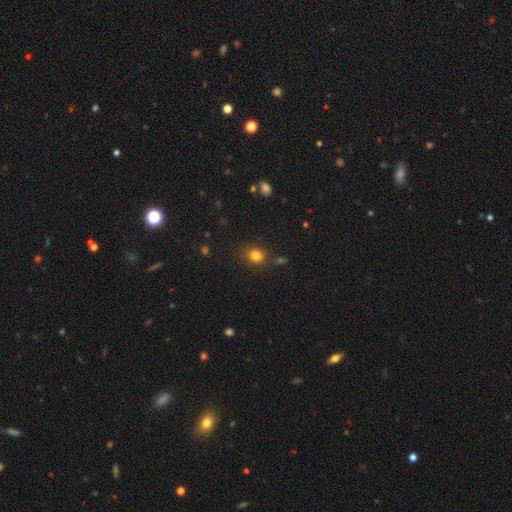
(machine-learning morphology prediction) A smooth galaxy with no disk features (81%) that is round (76%). Merging: none (78%).